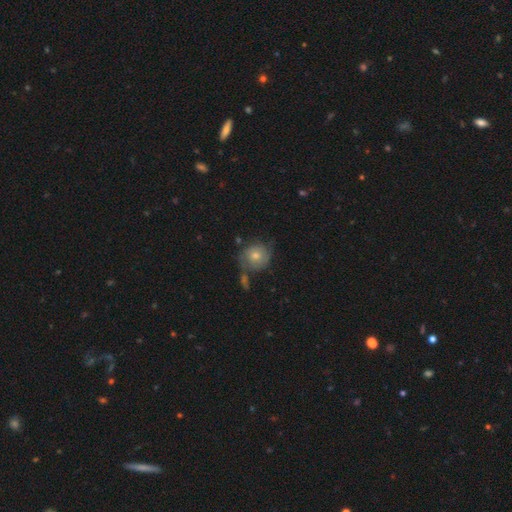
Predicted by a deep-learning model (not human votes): This appears to be a smooth galaxy with no disk features (59%) that is round (87%). Merging: none (54%).